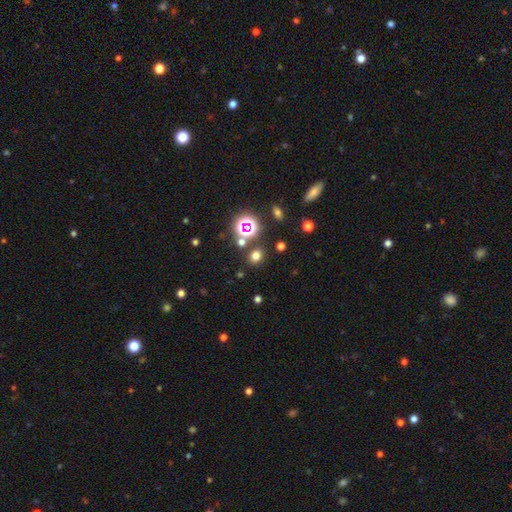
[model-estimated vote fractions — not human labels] Q: Smooth or featured?
A: smooth (69%); runner-up: star or artifact (25%)
Q: How rounded?
A: round (67%); runner-up: in between (32%)
Q: Merging?
A: none (83%); runner-up: minor disturbance (8%)